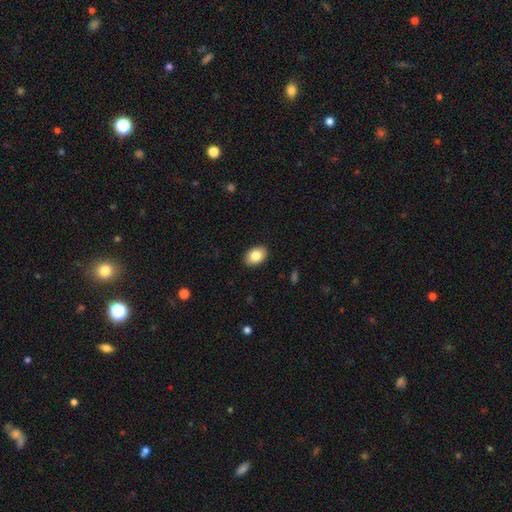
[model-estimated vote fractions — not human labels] This is clearly a smooth galaxy (84%). How rounded: clearly in between (82%). Merging: clearly none (90%).